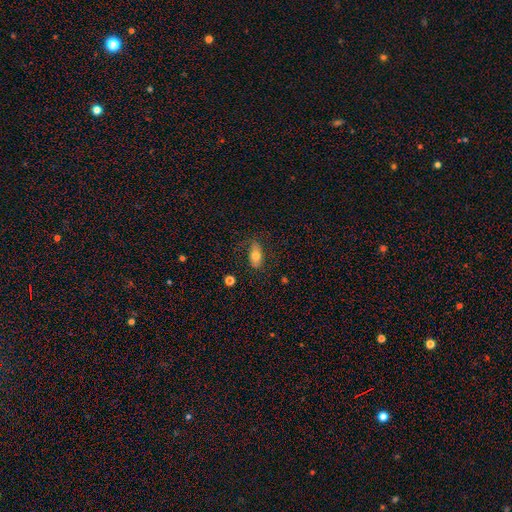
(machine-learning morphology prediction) This appears to be a smooth galaxy with no disk features (73%) that is in between round and cigar-shaped (88%). Merging: none (73%).